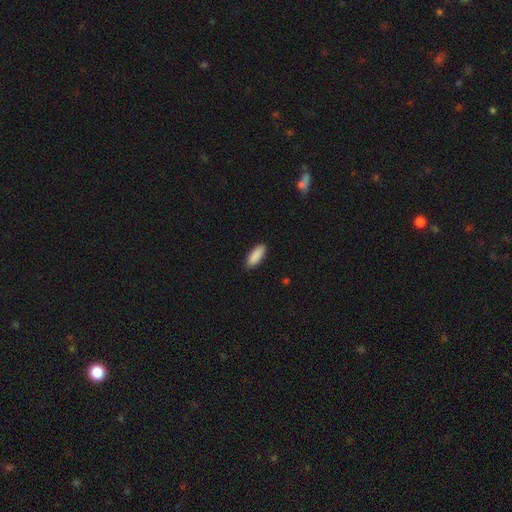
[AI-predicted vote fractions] smooth-or-featured: smooth: 90% | star or artifact: 6% | featured or disk: 4%
  how-rounded: in between: 70% | cigar-shaped: 28% | round: 2%
  merging: none: 88% | minor disturbance: 9% | major disturbance: 2% | merger: 1%